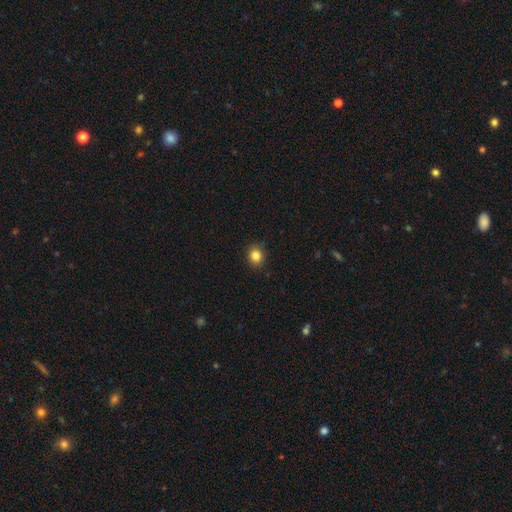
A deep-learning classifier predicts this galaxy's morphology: The model was most divided on "how rounded": round: 82%, in between: 17%, cigar-shaped: 1%. More confident: merging — none (90%); smooth or featured — smooth (84%).